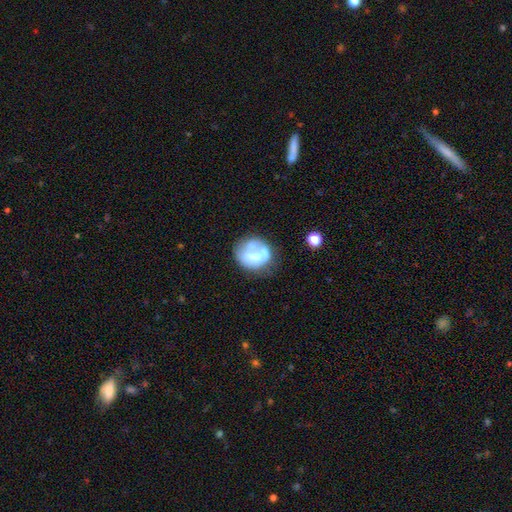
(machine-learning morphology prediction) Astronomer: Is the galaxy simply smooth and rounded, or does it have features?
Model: featured or disk — 50% (runner-up: smooth, 39%).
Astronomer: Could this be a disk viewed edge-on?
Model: no — 98%.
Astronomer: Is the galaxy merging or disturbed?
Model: none — 36% (runner-up: merger, 25%).